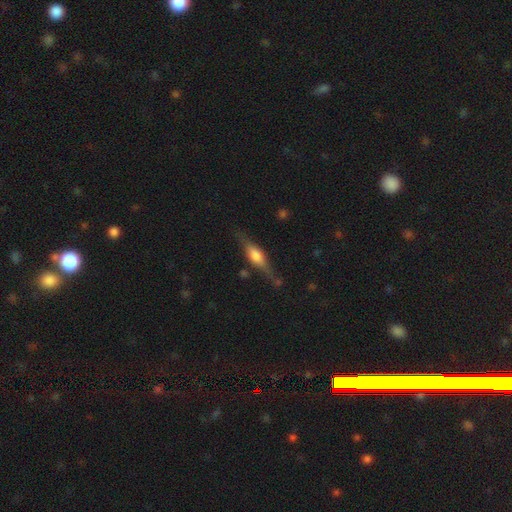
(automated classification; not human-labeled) Smooth or featured? featured or disk (60%)
Edge-on disk? yes (93%)
Edge-on bulge? rounded (80%)
Merging? none (75%)